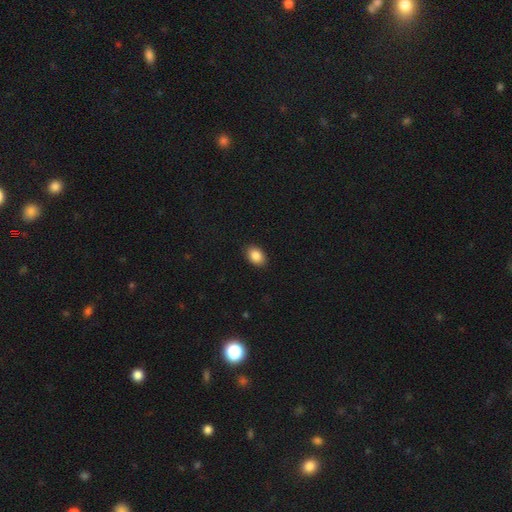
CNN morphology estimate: smooth-or-featured: smooth: 88% | star or artifact: 8% | featured or disk: 4%
  how-rounded: in between: 83% | round: 16% | cigar-shaped: 1%
  merging: none: 90% | minor disturbance: 8% | major disturbance: 2% | merger: 1%